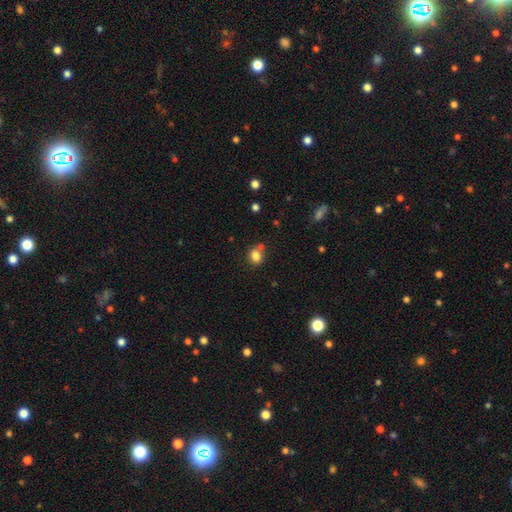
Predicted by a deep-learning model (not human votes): smooth 81%, star or artifact 12%, featured or disk 7%. Down the decision tree: how rounded — round (54%); merging — none (63%).